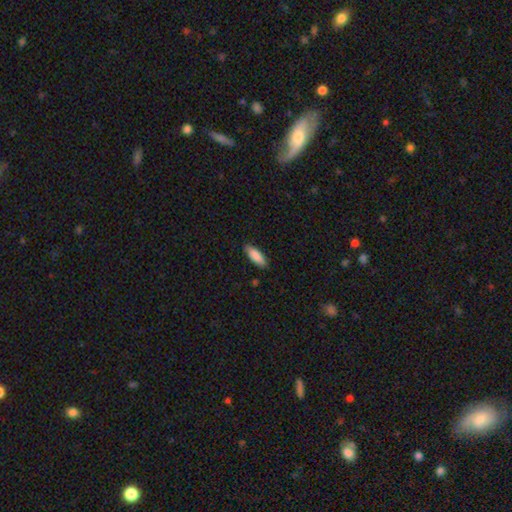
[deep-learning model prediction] The model was most divided on "how rounded": in between: 63%, cigar-shaped: 36%, round: 2%. More confident: smooth or featured — smooth (88%); merging — none (87%).